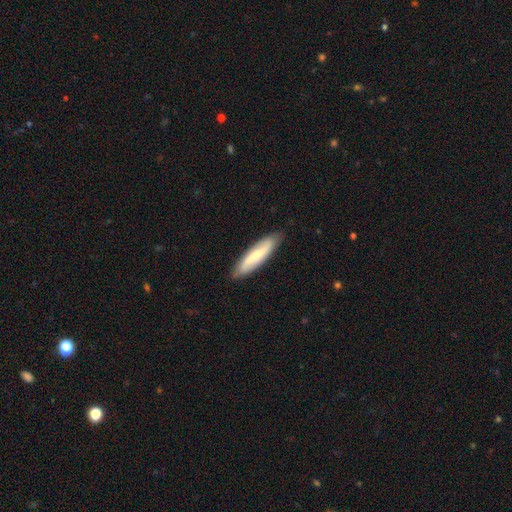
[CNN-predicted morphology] Smooth or featured?
  - smooth: 55% *
  - featured or disk: 40%
  - star or artifact: 5%
How rounded?
  - cigar-shaped: 74% *
  - in between: 25%
  - round: 2%
Merging?
  - none: 87% *
  - minor disturbance: 10%
  - major disturbance: 2%
  - merger: 1%